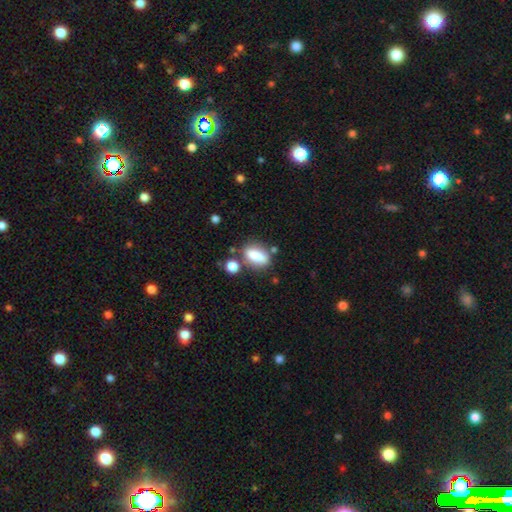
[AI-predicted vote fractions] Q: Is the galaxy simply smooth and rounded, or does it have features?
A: smooth — 77%.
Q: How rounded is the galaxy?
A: in between — 76%.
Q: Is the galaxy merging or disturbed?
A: none — 64%.